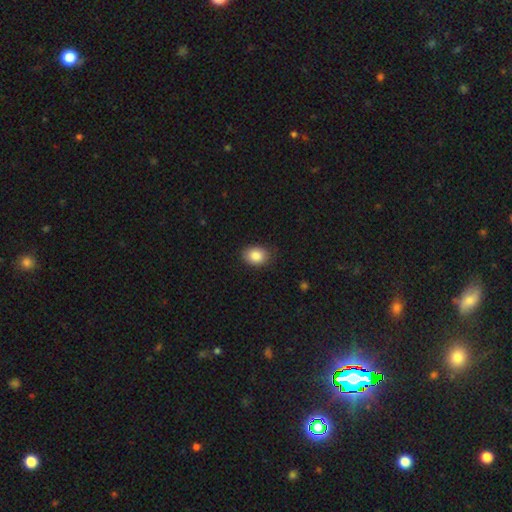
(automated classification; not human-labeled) A smooth galaxy with no disk features (87%) that is in between round and cigar-shaped (67%). Merging: none (83%).